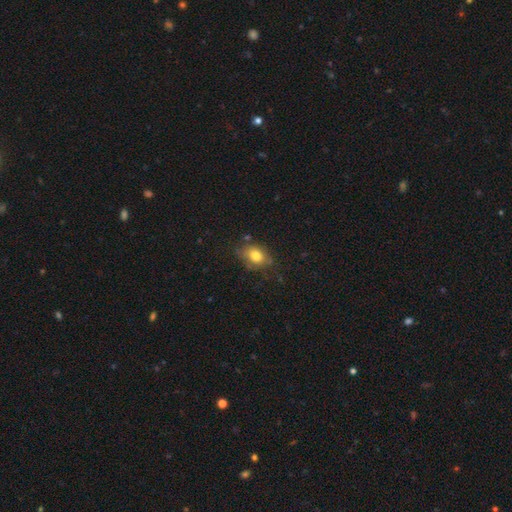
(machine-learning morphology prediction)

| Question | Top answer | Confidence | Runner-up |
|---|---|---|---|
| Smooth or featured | smooth | 77% | featured or disk (14%) |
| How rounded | in between | 71% | round (27%) |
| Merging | none | 66% | minor disturbance (24%) |